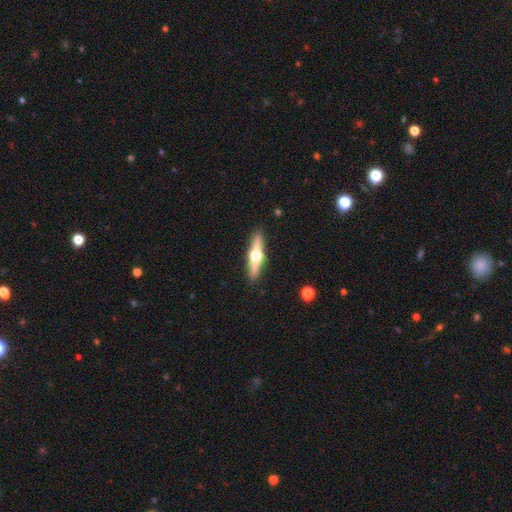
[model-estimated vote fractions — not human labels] The model was most divided on "smooth or featured": featured or disk: 68%, smooth: 26%, star or artifact: 6%. More confident: edge-on disk — yes (97%); edge-on bulge — rounded (96%); merging — none (90%).